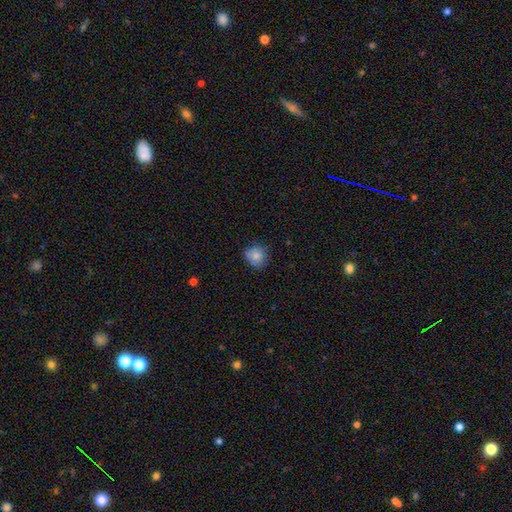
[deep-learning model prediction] Smooth or featured? smooth (81%)
How rounded? round (80%)
Merging? none (70%)